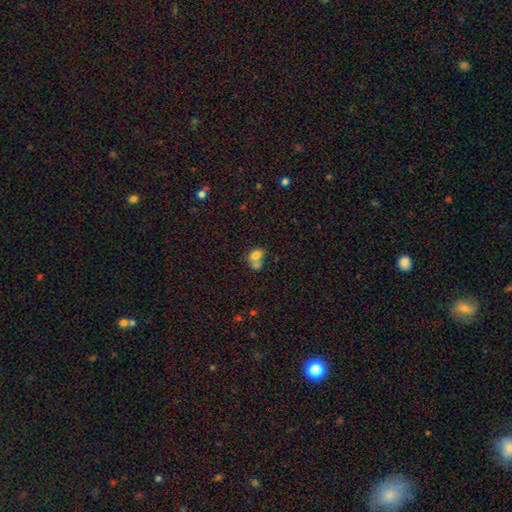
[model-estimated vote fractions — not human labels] A smooth galaxy with no disk features (75%) that is in between round and cigar-shaped (66%). Merging: merger (61%).